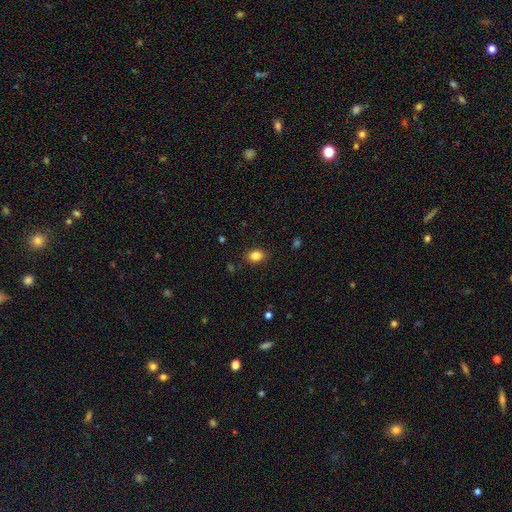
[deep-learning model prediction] Q: Smooth or featured?
A: smooth (84%); runner-up: star or artifact (10%)
Q: How rounded?
A: in between (73%); runner-up: round (26%)
Q: Merging?
A: none (87%); runner-up: minor disturbance (10%)